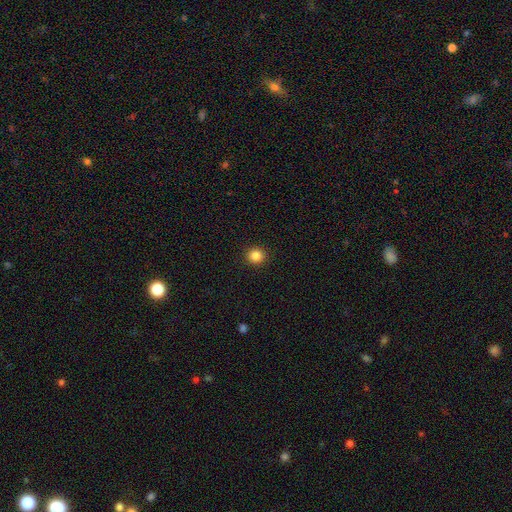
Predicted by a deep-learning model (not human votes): Smooth or featured? Predicted: smooth (p=0.85). How rounded? Predicted: round (p=0.92). Merging? Predicted: none (p=0.93).